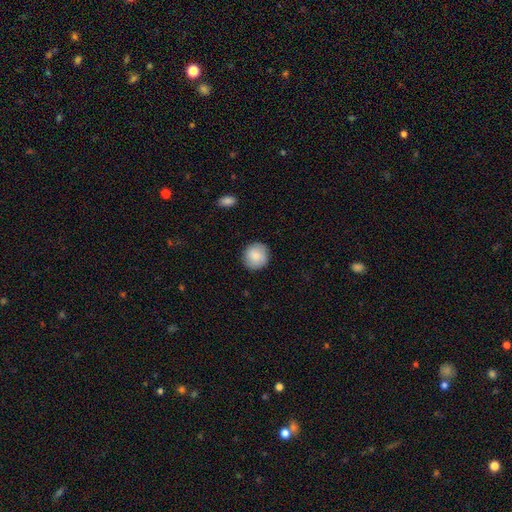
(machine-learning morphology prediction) Smooth or featured? Predicted: smooth (p=0.85). How rounded? Predicted: round (p=0.92). Merging? Predicted: none (p=0.88).